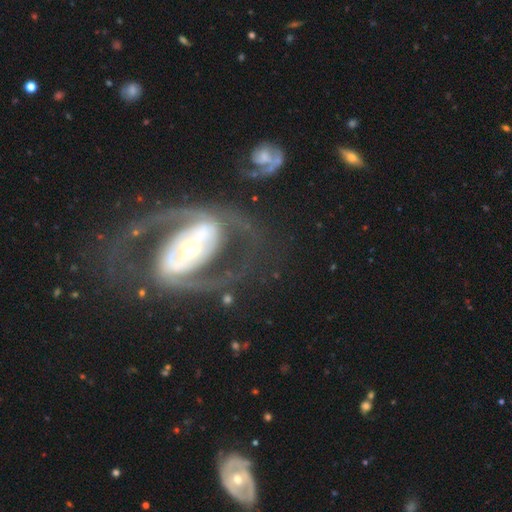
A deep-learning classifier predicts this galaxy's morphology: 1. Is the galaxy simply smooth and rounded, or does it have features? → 84% featured or disk, 10% smooth, 6% star or artifact.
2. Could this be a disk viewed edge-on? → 95% no, 5% yes.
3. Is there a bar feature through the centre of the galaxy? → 38% strong, 34% no, 28% weak.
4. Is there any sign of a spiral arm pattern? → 73% yes, 27% no.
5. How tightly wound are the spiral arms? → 46% medium, 28% tight, 25% loose.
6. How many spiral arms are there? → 84% 2, 8% can't tell, 3% 1, 2% 3, 1% 4, 1% more than 4.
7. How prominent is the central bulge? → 52% moderate, 31% small, 12% large, 2% dominant, 1% none.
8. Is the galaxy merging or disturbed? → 63% none, 19% major disturbance, 13% minor disturbance, 4% merger.